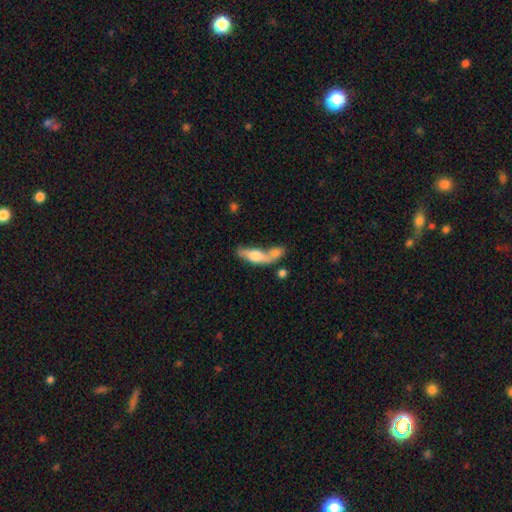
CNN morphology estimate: This is possibly a smooth galaxy (54%). How rounded: possibly in between (49%). Merging: possibly merger (49%).